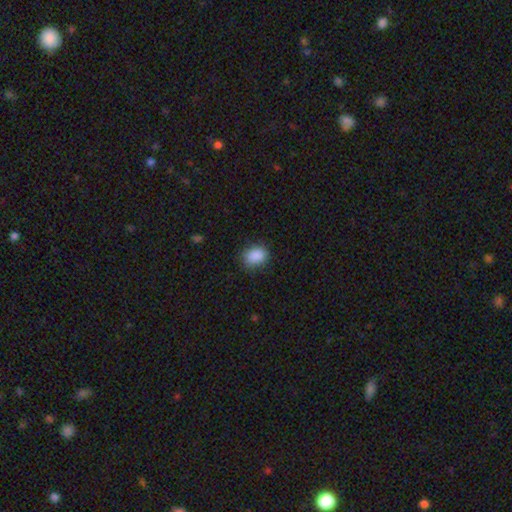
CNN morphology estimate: The model was most divided on "how rounded": in between: 62%, round: 37%, cigar-shaped: 1%. More confident: smooth or featured — smooth (88%); merging — none (81%).